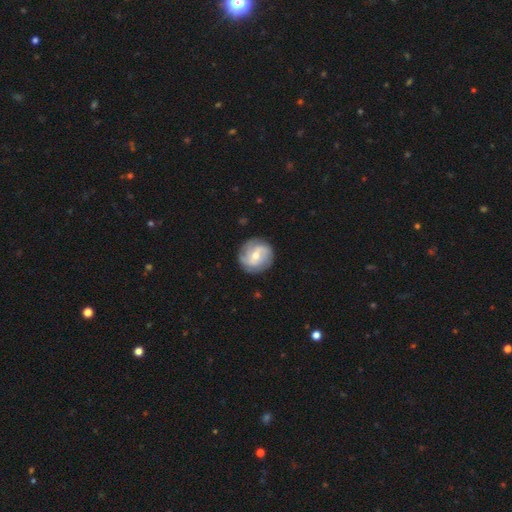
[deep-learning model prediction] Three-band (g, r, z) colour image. It shows a featured or disk galaxy (70%) with a weak bar (45%), 2 (32%) tight (41%) spiral arms (90%) and a moderate central bulge (58%). Merging: none (83%).